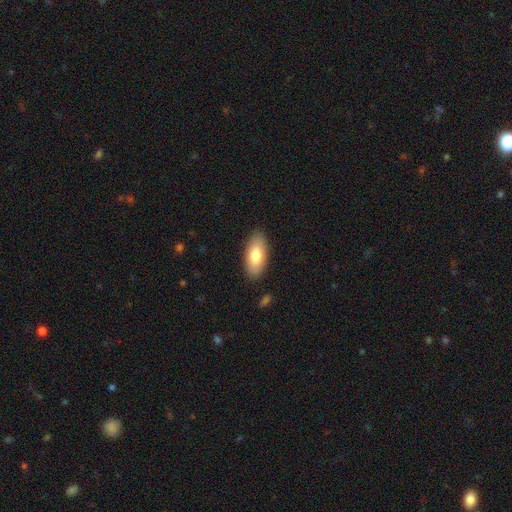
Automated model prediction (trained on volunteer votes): Smooth or featured? smooth (78%)
How rounded? in between (88%)
Merging? none (88%)